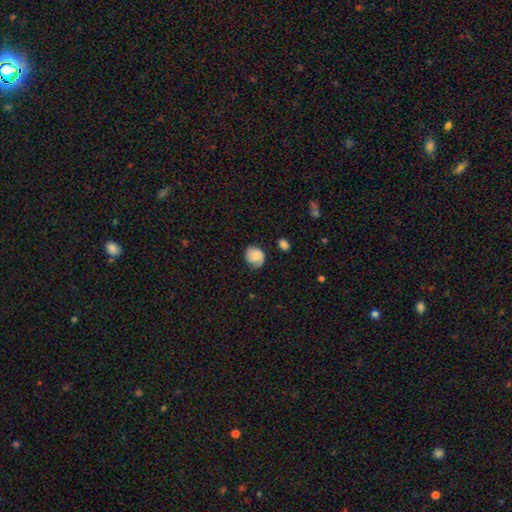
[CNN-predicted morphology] A smooth galaxy with no disk features (58%) that is round (67%).

Vote fractions:
- Smooth or featured? smooth: 58% / featured or disk: 33% / star or artifact: 8%
- How rounded? round: 67% / in between: 32% / cigar-shaped: 1%
- Merging? none: 68% / minor disturbance: 23% / major disturbance: 6% / merger: 2%